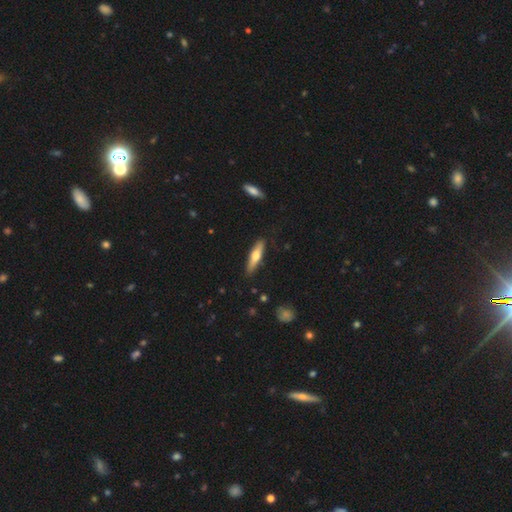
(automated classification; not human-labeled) smooth_or_featured: smooth (p=0.53) [alt: featured or disk p=0.42]
how_rounded: cigar-shaped (p=0.77) [alt: in between p=0.21]
merging: none (p=0.86) [alt: minor disturbance p=0.10]